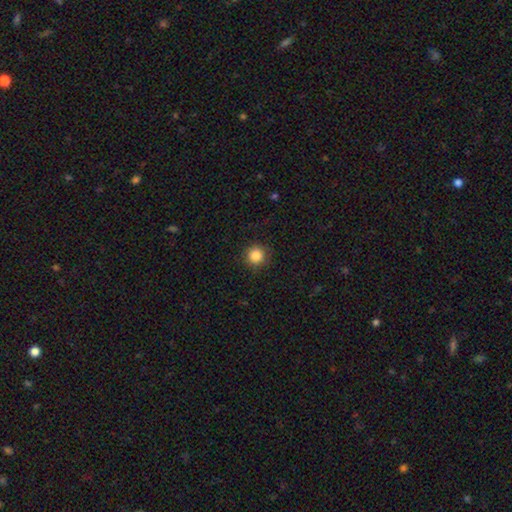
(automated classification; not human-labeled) A smooth galaxy with no disk features (86%) that is round (94%). Merging: none (89%).